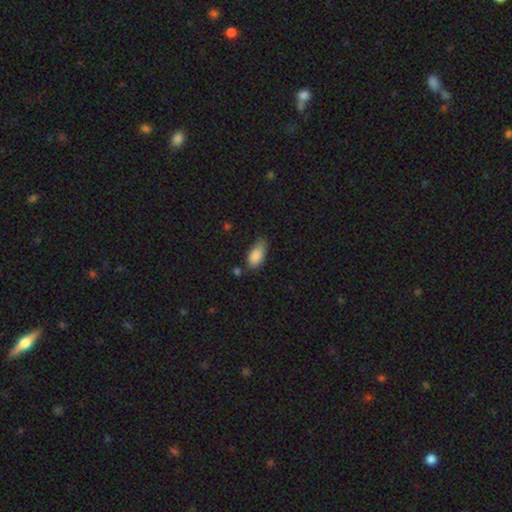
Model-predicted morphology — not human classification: A smooth galaxy with no disk features (87%) that is in between round and cigar-shaped (91%).

Vote fractions:
- Smooth or featured? smooth: 87% / star or artifact: 7% / featured or disk: 6%
- How rounded? in between: 91% / cigar-shaped: 7% / round: 3%
- Merging? none: 57% / minor disturbance: 33% / major disturbance: 6% / merger: 4%